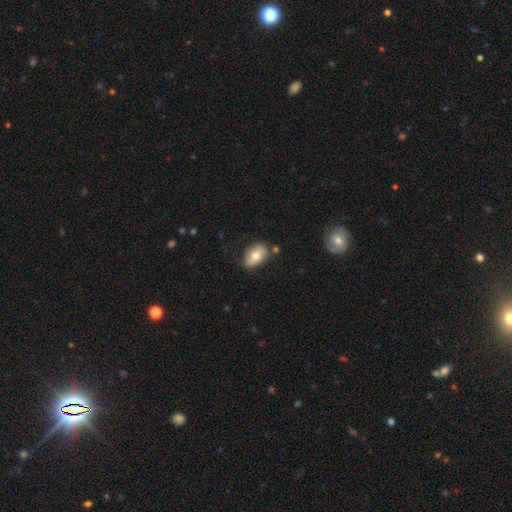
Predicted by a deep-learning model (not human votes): A smooth galaxy with no disk features (70%) that is in between round and cigar-shaped (86%).

Vote fractions:
- Smooth or featured? smooth: 70% / featured or disk: 23% / star or artifact: 7%
- How rounded? in between: 86% / round: 13% / cigar-shaped: 2%
- Merging? none: 66% / minor disturbance: 24% / merger: 5% / major disturbance: 5%